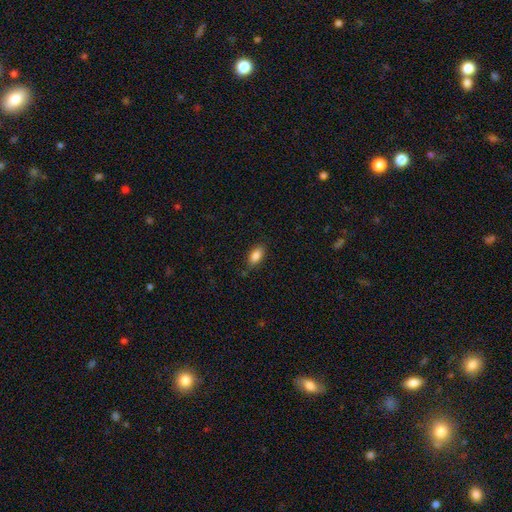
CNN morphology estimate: smooth-or-featured: smooth: 86% | star or artifact: 8% | featured or disk: 7%
  how-rounded: in between: 90% | cigar-shaped: 6% | round: 4%
  merging: none: 83% | minor disturbance: 13% | major disturbance: 3% | merger: 1%